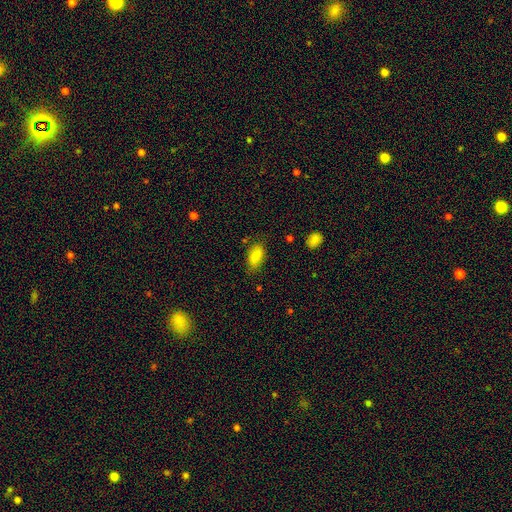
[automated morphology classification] A smooth galaxy with no disk features (86%) that is in between round and cigar-shaped (89%).

Vote fractions:
- Smooth or featured? smooth: 86% / star or artifact: 8% / featured or disk: 7%
- How rounded? in between: 89% / cigar-shaped: 8% / round: 3%
- Merging? none: 75% / minor disturbance: 19% / major disturbance: 5% / merger: 2%